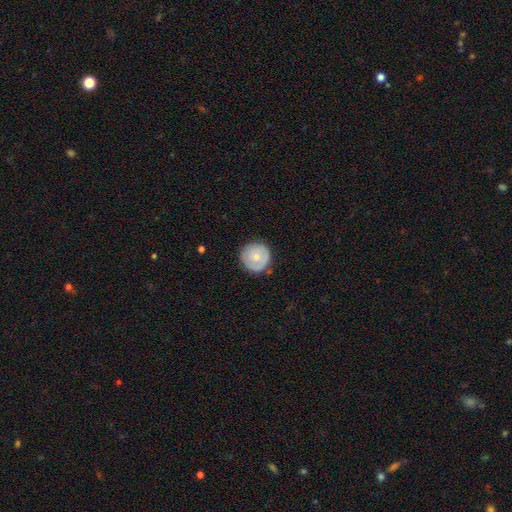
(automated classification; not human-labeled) This is likely a smooth galaxy (65%). How rounded: clearly round (94%). Merging: clearly none (83%).